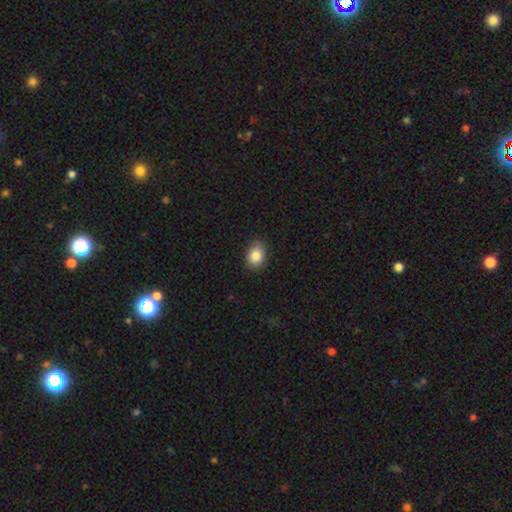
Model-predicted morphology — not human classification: Smooth or featured? Predicted: smooth (p=0.86). How rounded? Predicted: in between (p=0.63). Merging? Predicted: none (p=0.82).